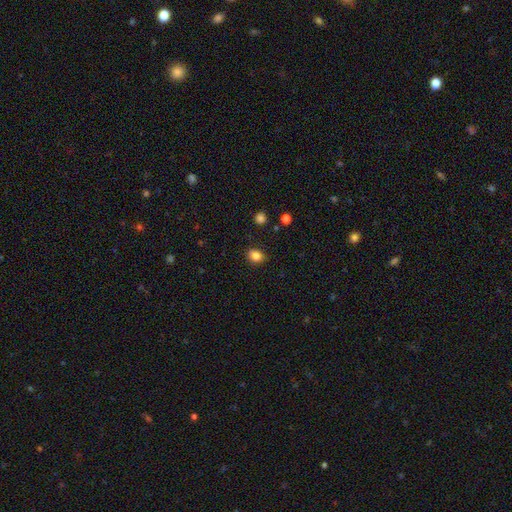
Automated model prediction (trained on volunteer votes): Smooth or featured? Predicted: smooth (p=0.84). How rounded? Predicted: round (p=0.53). Merging? Predicted: none (p=0.84).